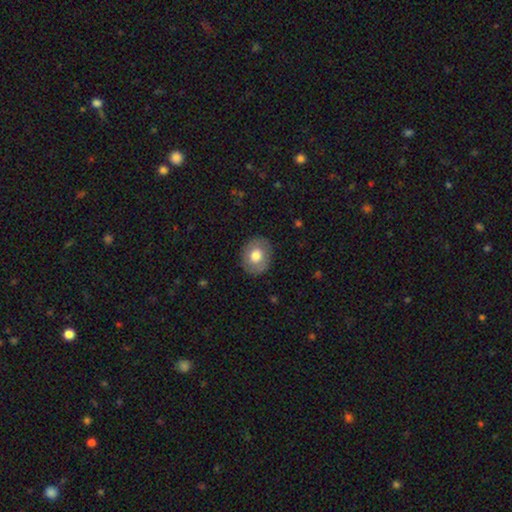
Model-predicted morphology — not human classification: A smooth galaxy with no disk features (71%) that is round (63%). Merging: none (86%).